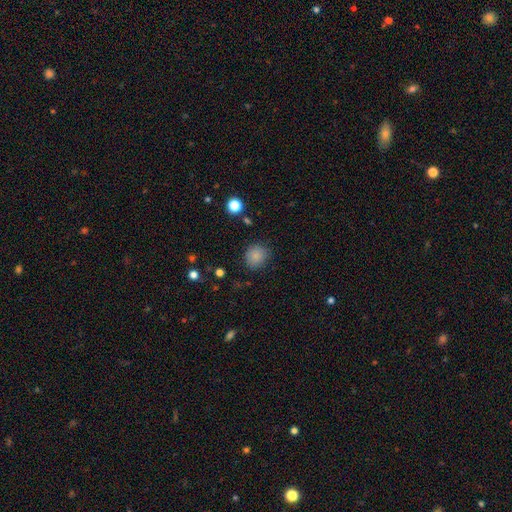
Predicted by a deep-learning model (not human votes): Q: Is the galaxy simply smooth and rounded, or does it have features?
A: smooth — 85%.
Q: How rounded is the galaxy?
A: round — 82%.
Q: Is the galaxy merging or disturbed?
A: none — 82%.